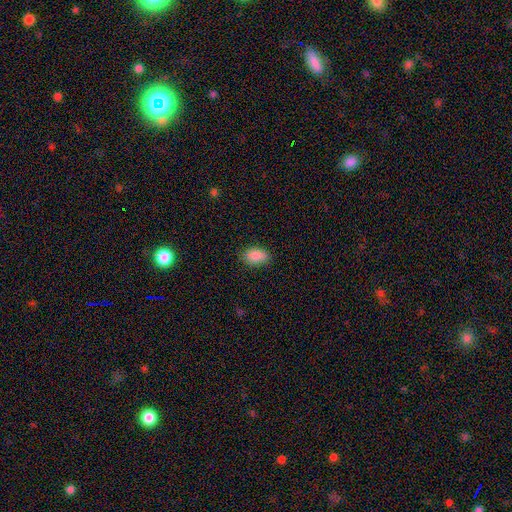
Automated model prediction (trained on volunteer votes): Overall: smooth (88%). How rounded: in between (90%). Merging: none (82%).